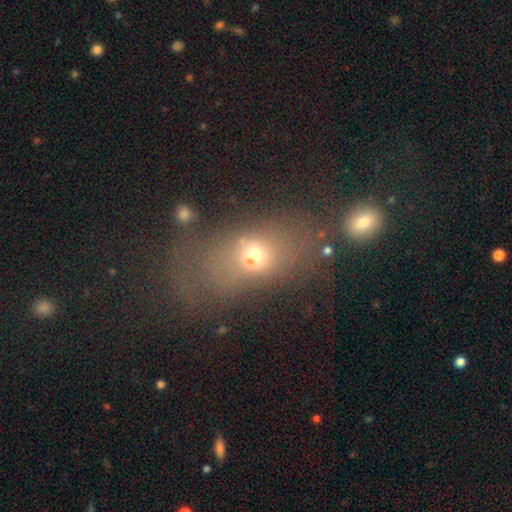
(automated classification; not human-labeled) A smooth galaxy with no disk features (52%) that is in between round and cigar-shaped (72%). Merging: none (44%).